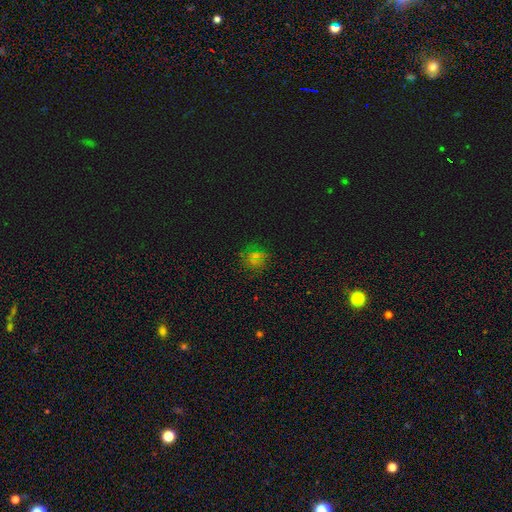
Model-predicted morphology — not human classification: Smooth or featured?
  - star or artifact: 45% *
  - smooth: 37%
  - featured or disk: 19%